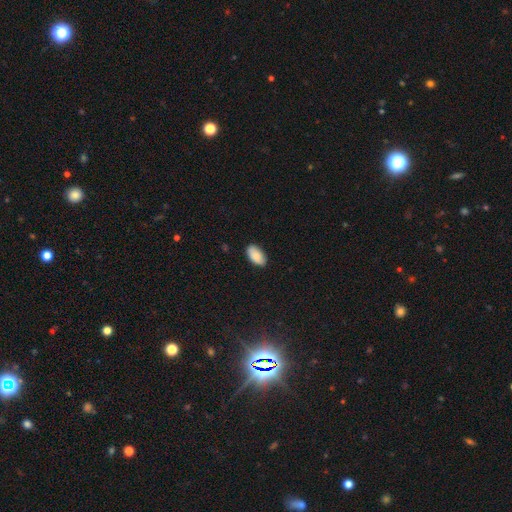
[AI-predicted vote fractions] Overall: smooth (88%). How rounded: in between (95%). Merging: none (86%).